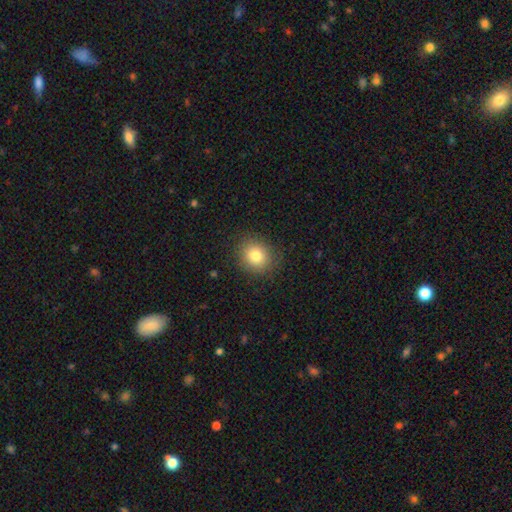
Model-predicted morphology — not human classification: Smooth or featured: smooth — 80% (star or artifact — 11%)
How rounded: round — 78% (in between — 21%)
Merging: none — 87% (minor disturbance — 9%)